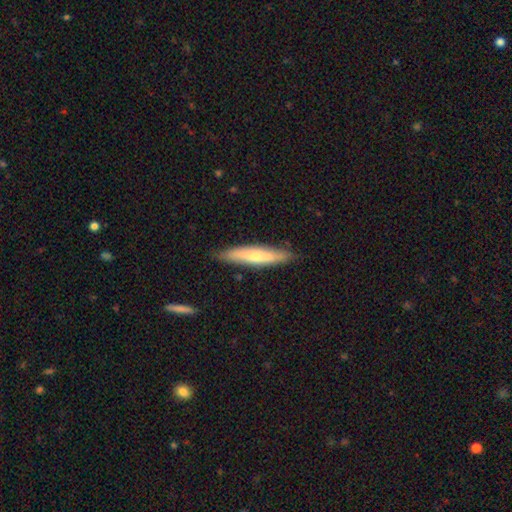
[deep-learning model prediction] Smooth or featured?
  - smooth: 57% *
  - featured or disk: 38%
  - star or artifact: 5%
How rounded?
  - cigar-shaped: 86% *
  - in between: 13%
  - round: 1%
Merging?
  - none: 85% *
  - minor disturbance: 12%
  - major disturbance: 2%
  - merger: 1%